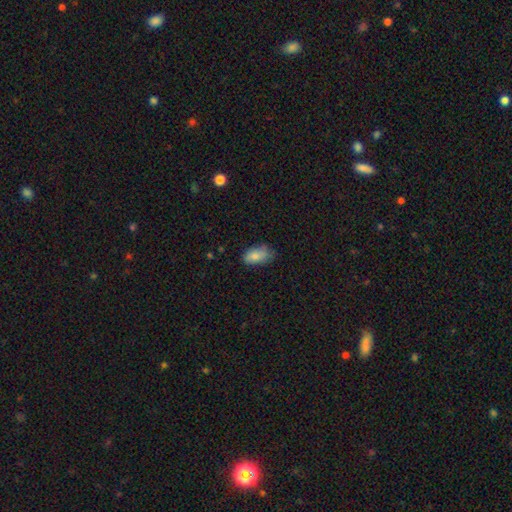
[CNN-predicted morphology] type=smooth (82%); roundness=in between (92%); merging=none (57%).